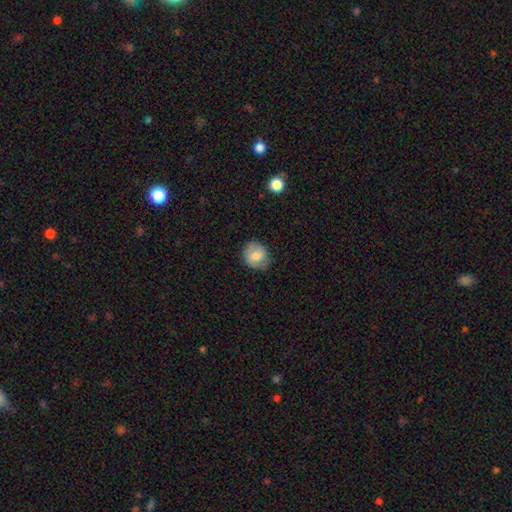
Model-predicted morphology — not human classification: Q: Smooth or featured?
A: smooth (68%); runner-up: featured or disk (24%)
Q: How rounded?
A: round (65%); runner-up: in between (34%)
Q: Merging?
A: none (74%); runner-up: minor disturbance (20%)